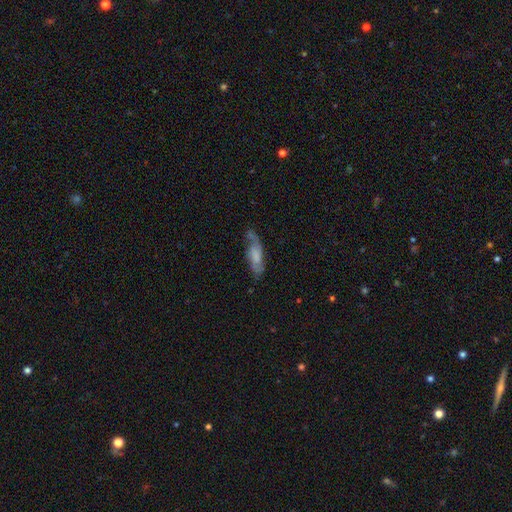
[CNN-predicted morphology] Overall: featured or disk (54%; smooth 39%). Edge-on disk: no (78%). Merging: none (60%; minor disturbance 25%).